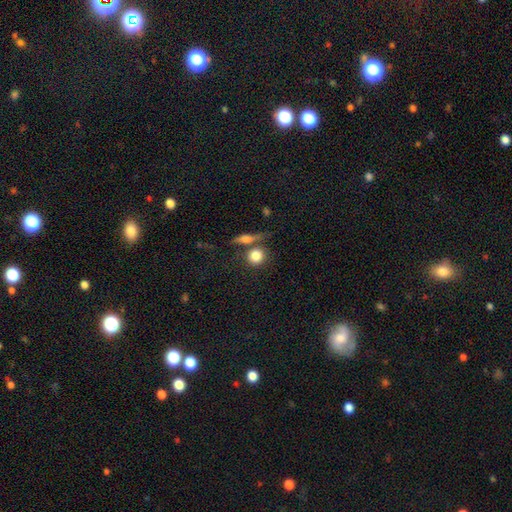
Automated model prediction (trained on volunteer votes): This appears to be a smooth galaxy with no disk features (80%) that is round (85%). Merging: none (63%).